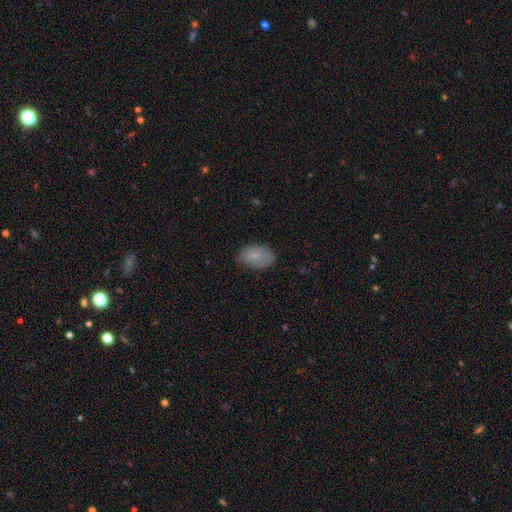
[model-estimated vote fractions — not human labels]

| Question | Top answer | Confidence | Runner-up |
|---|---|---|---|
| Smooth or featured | smooth | 81% | featured or disk (12%) |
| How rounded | in between | 91% | round (7%) |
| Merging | none | 71% | minor disturbance (24%) |